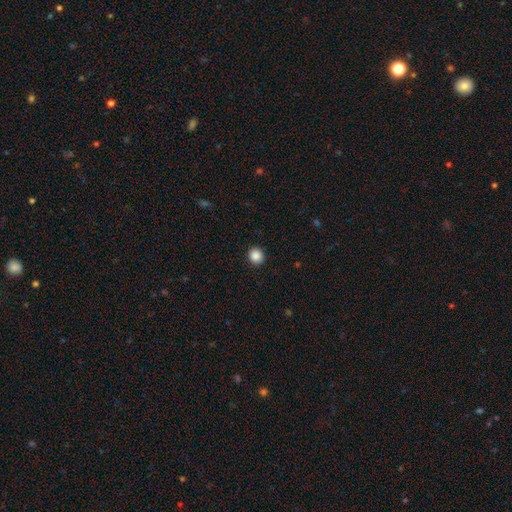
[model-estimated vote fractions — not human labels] smooth-or-featured: smooth: 88% | star or artifact: 10% | featured or disk: 3%
  how-rounded: round: 86% | in between: 13% | cigar-shaped: 1%
  merging: none: 92% | minor disturbance: 5% | major disturbance: 2% | merger: 1%